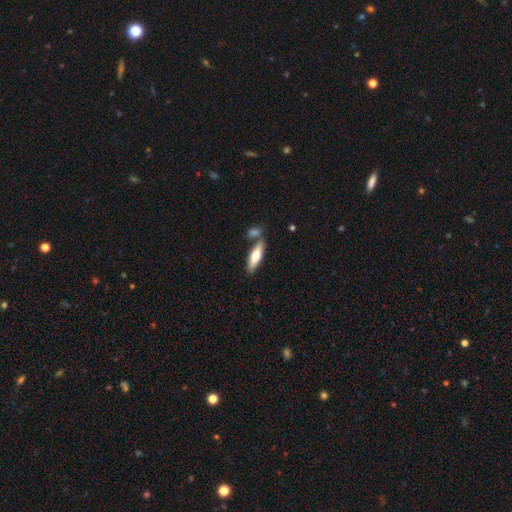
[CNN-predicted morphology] This is likely a smooth galaxy (69%). How rounded: possibly cigar-shaped (53%). Merging: likely none (68%).